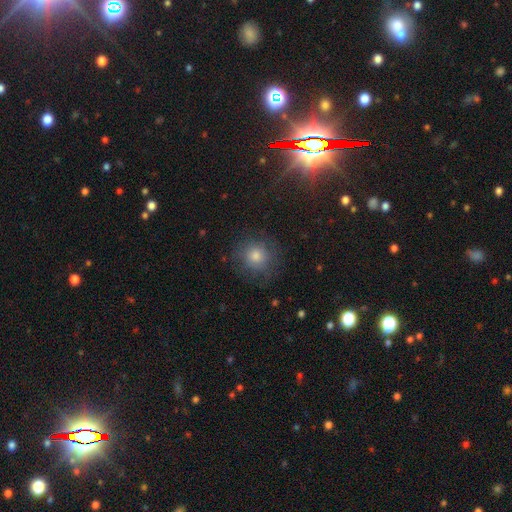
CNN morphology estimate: Overall: smooth (59%; star or artifact 23%). How rounded: round (92%). Merging: none (80%).